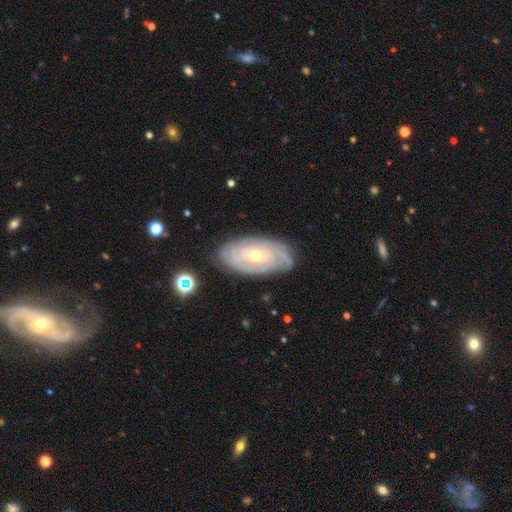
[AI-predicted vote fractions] Morphology: type=featured or disk (80%); edge-on=no (93%); bar=no (68%); spiral arms=yes (90%); winding=tight (77%); arm count=can't tell (52%); bulge=small (56%); merging=none (76%).